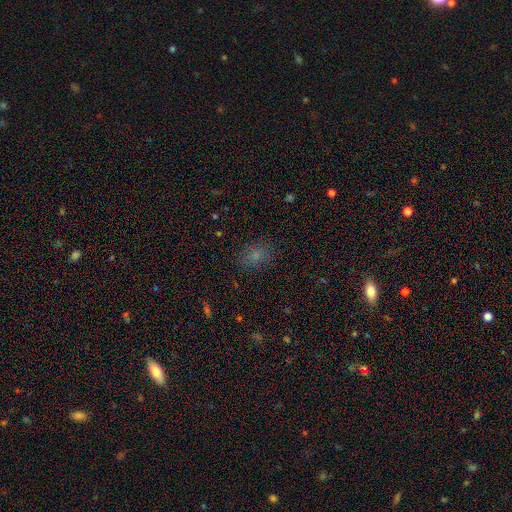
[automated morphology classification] smooth 75%, star or artifact 16%, featured or disk 8%. Down the decision tree: how rounded — in between (70%); merging — none (81%).